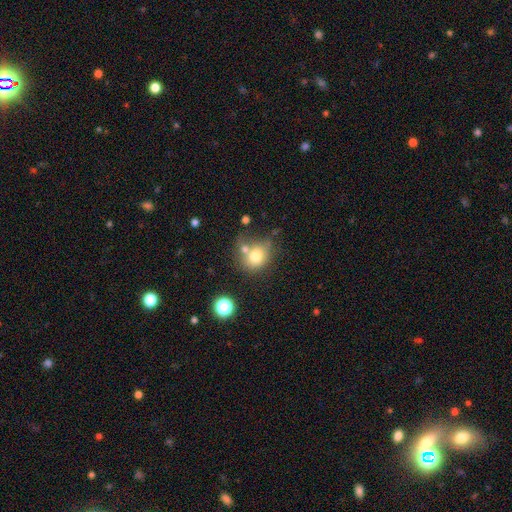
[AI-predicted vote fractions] Smooth or featured? smooth (74%)
How rounded? round (69%)
Merging? none (49%)